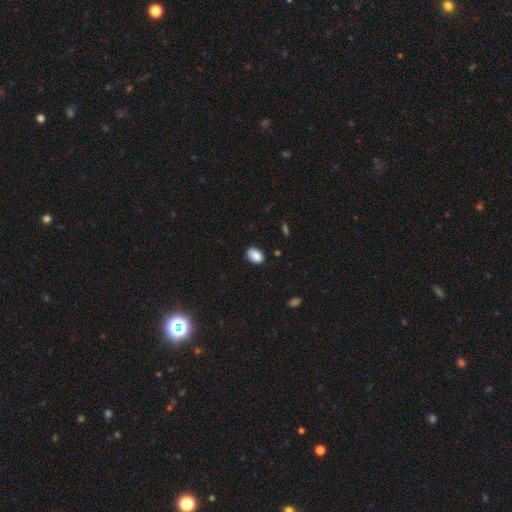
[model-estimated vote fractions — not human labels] A smooth galaxy with no disk features (88%) that is in between round and cigar-shaped (87%). Merging: none (82%).